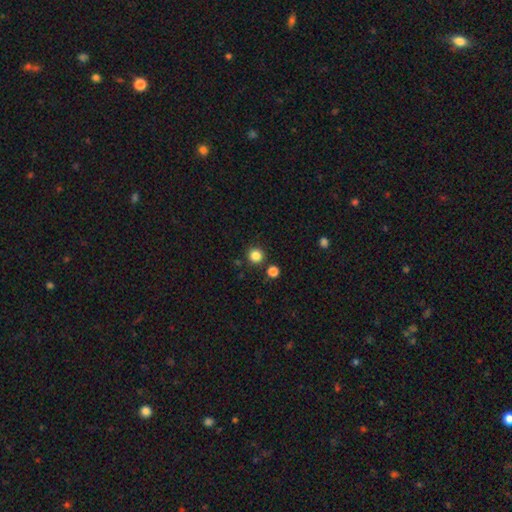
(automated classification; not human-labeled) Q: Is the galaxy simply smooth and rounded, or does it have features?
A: smooth — 84%.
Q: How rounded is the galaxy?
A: round — 95%.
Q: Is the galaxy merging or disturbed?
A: none — 88%.